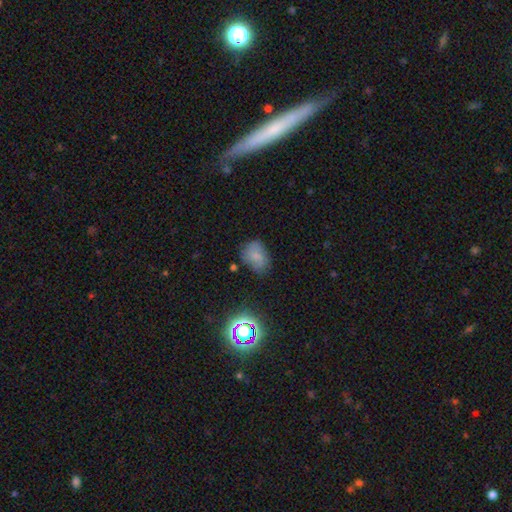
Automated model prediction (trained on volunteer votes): Smooth or featured? smooth (69%)
How rounded? in between (73%)
Merging? none (63%)